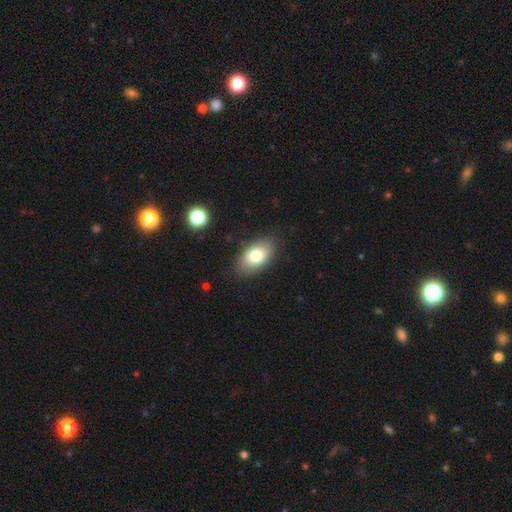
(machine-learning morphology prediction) type=smooth (78%); roundness=in between (92%); merging=none (84%).